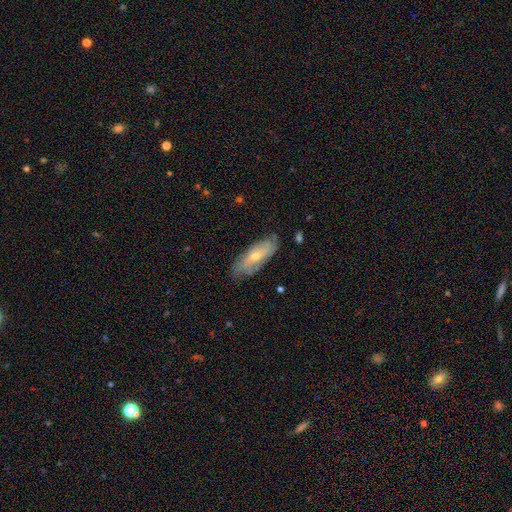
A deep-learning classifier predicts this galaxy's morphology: Smooth or featured?
  - featured or disk: 59% *
  - smooth: 33%
  - star or artifact: 8%
Edge-on disk?
  - no: 77% *
  - yes: 23%
Merging?
  - none: 78% *
  - minor disturbance: 17%
  - major disturbance: 3%
  - merger: 1%